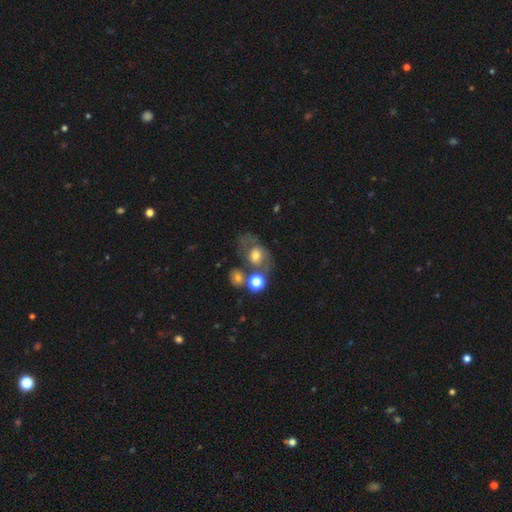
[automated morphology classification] This appears to be a smooth galaxy with no disk features (50%) that is in between round and cigar-shaped (53%). Merging: none (41%).